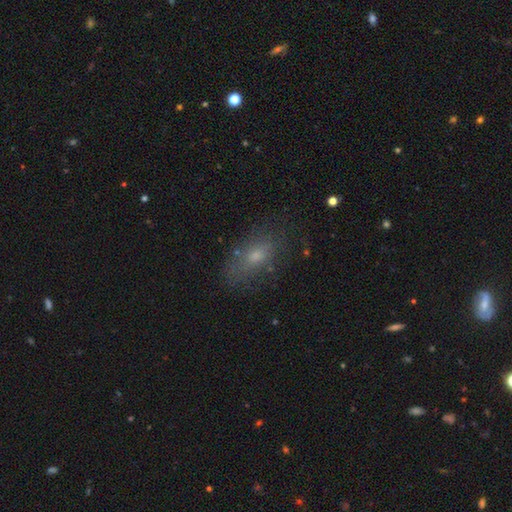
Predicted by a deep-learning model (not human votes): This is likely a smooth galaxy (62%). How rounded: clearly in between (82%). Merging: likely none (67%).